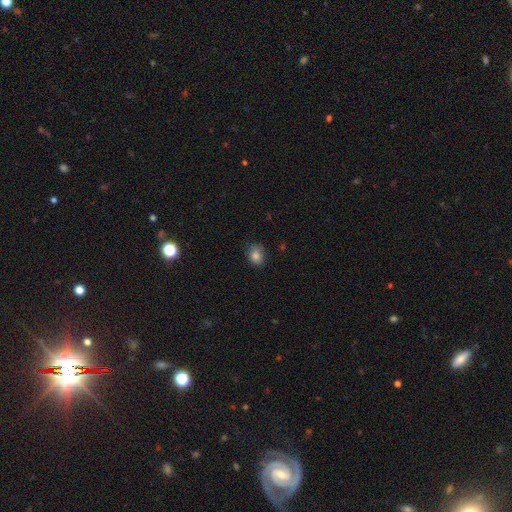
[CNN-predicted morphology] This is clearly a smooth galaxy (83%). How rounded: possibly in between (54%). Merging: likely none (78%).